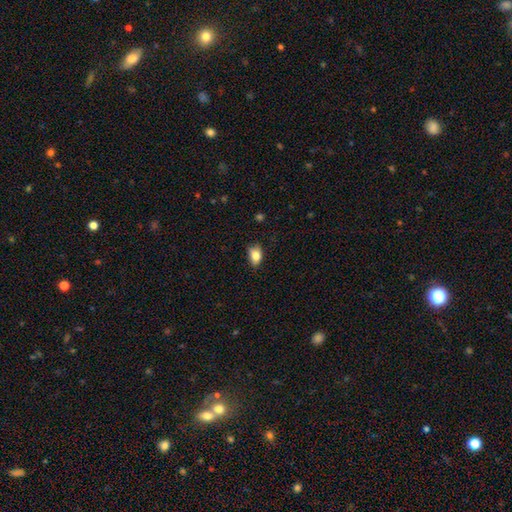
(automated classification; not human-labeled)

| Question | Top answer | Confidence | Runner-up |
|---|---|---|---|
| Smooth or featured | smooth | 81% | featured or disk (10%) |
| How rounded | in between | 82% | round (15%) |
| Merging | none | 64% | minor disturbance (28%) |